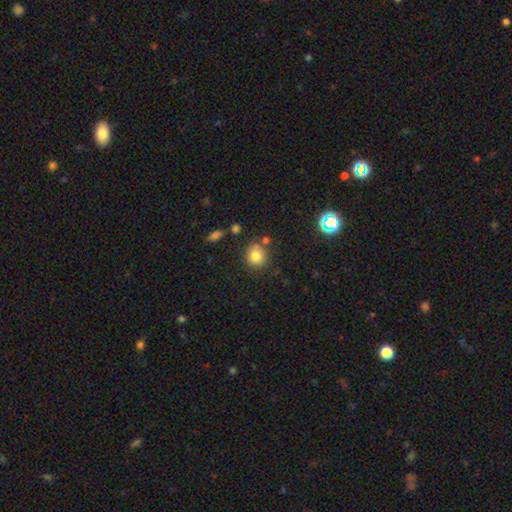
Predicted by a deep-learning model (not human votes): Smooth or featured? smooth (80%)
How rounded? round (81%)
Merging? none (75%)